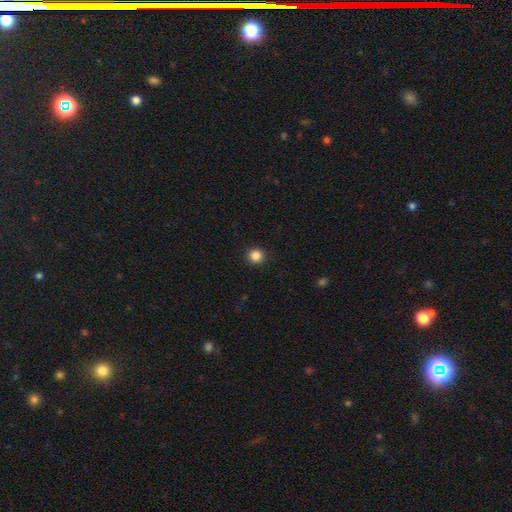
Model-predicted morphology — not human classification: smooth 85%, star or artifact 11%, featured or disk 3%. Down the decision tree: how rounded — round (92%); merging — none (93%).